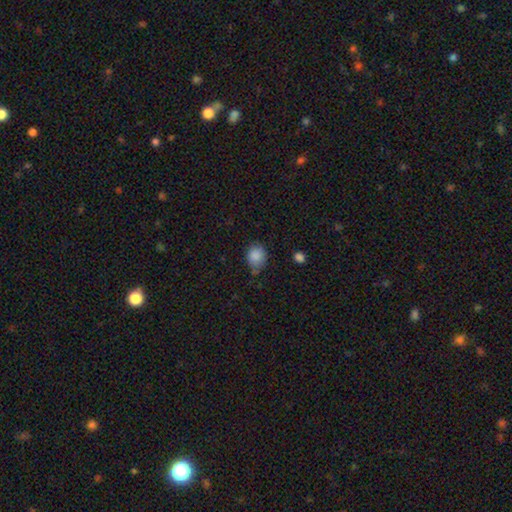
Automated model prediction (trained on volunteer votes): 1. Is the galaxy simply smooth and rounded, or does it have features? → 87% smooth, 8% star or artifact, 5% featured or disk.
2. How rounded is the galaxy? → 50% in between, 49% round, 1% cigar-shaped.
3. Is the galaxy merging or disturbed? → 60% none, 31% minor disturbance, 6% major disturbance, 3% merger.